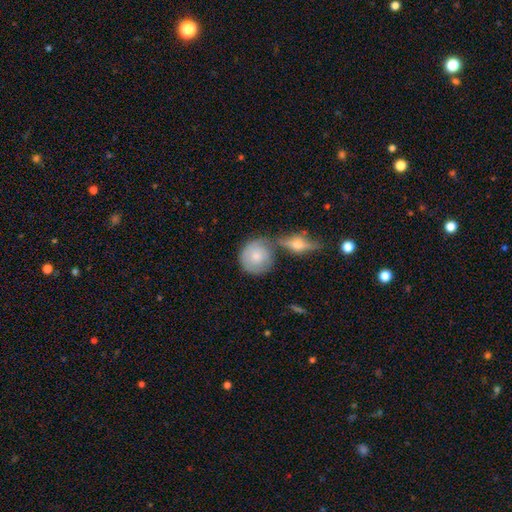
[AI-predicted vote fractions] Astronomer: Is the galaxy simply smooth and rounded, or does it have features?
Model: smooth — 68%.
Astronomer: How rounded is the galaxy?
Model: round — 88%.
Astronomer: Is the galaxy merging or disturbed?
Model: none — 55%.